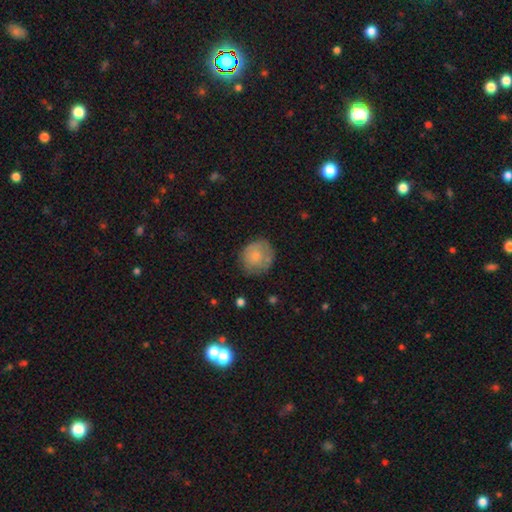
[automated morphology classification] Overall: smooth (72%). How rounded: round (79%). Merging: none (65%).